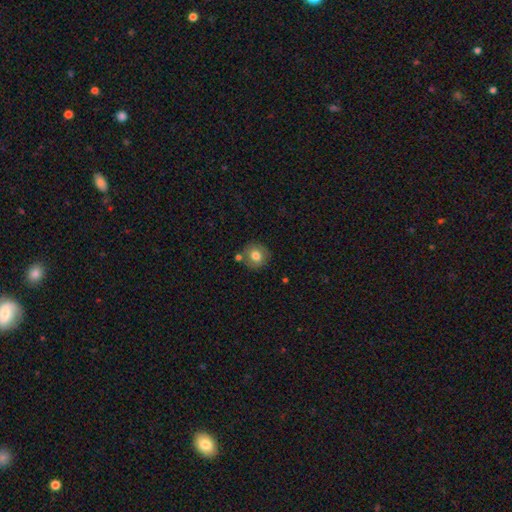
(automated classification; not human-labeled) This is likely a smooth galaxy (76%). How rounded: clearly round (90%). Merging: likely none (77%).